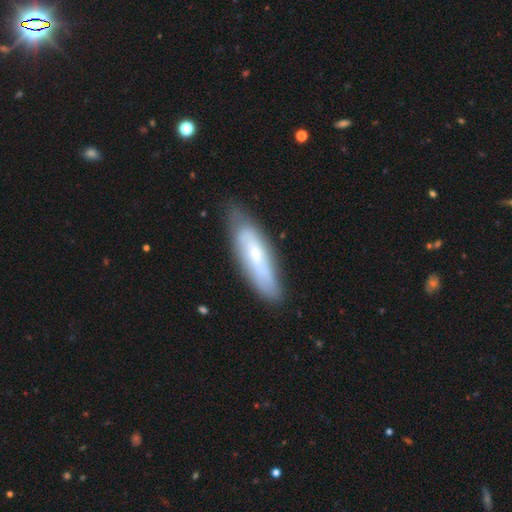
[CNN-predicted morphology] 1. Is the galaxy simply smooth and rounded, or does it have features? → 49% smooth, 45% featured or disk, 7% star or artifact.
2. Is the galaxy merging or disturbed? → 72% none, 22% minor disturbance, 5% major disturbance, 2% merger.